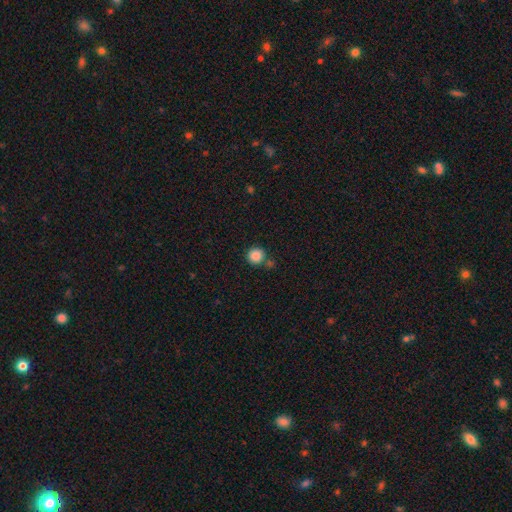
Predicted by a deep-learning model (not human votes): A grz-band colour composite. It shows a smooth galaxy with no disk features (86%) that is round (94%). Merging: none (75%).